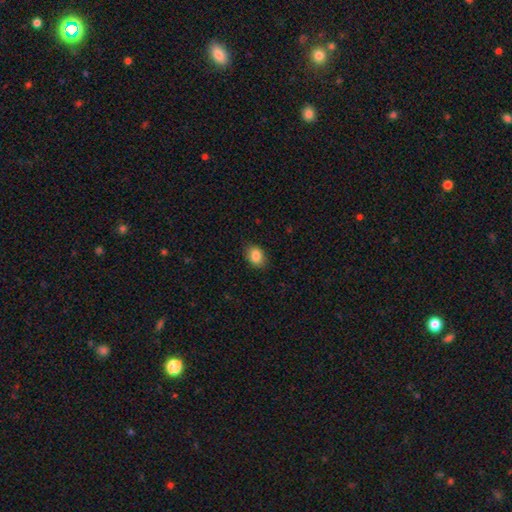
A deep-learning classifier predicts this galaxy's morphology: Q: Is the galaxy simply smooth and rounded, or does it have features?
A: smooth — 86%.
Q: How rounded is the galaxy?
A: in between — 74%.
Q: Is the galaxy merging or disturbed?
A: none — 85%.